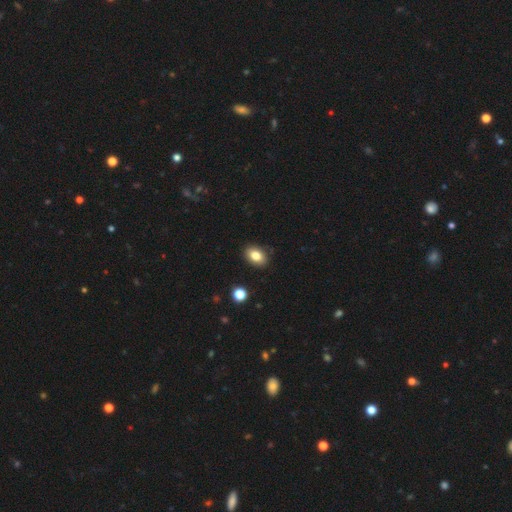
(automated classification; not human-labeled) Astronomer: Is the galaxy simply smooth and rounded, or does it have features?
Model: smooth — 83%.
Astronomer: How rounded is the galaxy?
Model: in between — 83%.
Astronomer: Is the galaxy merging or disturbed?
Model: none — 87%.